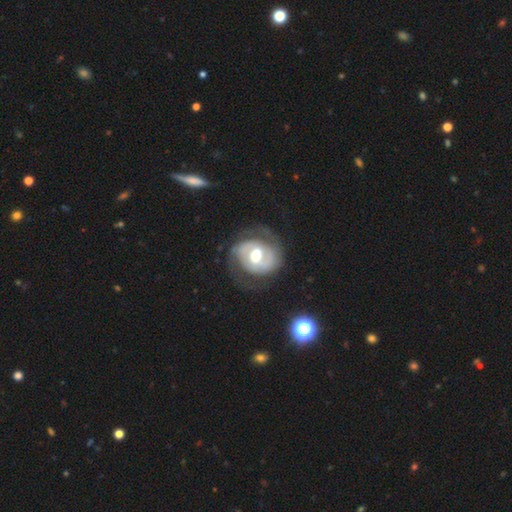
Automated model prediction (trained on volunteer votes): Smooth or featured? Predicted: featured or disk (p=0.81). Edge-on disk? Predicted: no (p=0.97). Bar? Predicted: weak (p=0.47). Spiral arms? Predicted: yes (p=0.87). Spiral winding? Predicted: tight (p=0.44). Spiral arm count? Predicted: 2 (p=0.77). Bulge size? Predicted: moderate (p=0.72). Merging? Predicted: none (p=0.68).